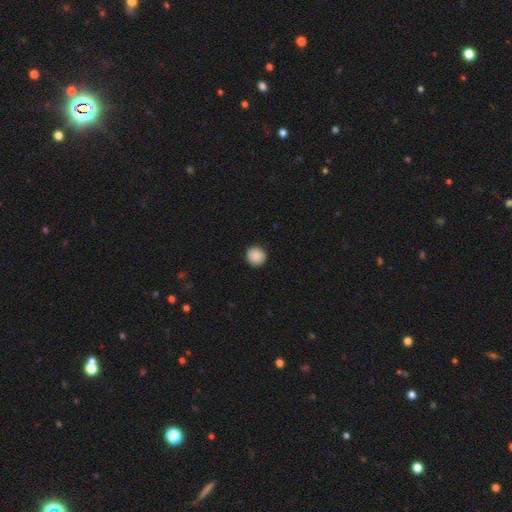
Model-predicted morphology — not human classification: Smooth or featured: smooth — 89% (star or artifact — 8%)
How rounded: round — 93% (in between — 6%)
Merging: none — 92% (minor disturbance — 6%)